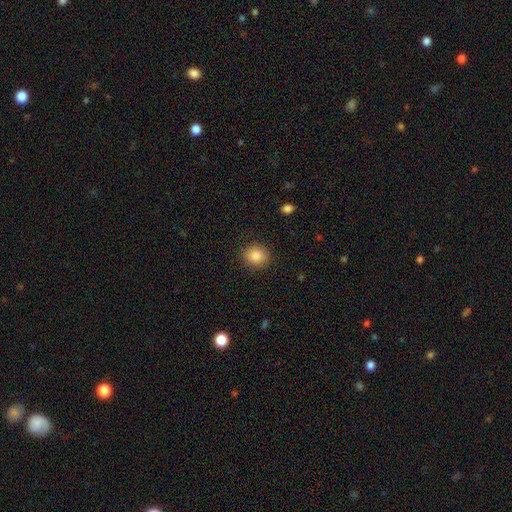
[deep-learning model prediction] smooth-or-featured: smooth: 86% | star or artifact: 9% | featured or disk: 5%
  how-rounded: round: 84% | in between: 15% | cigar-shaped: 1%
  merging: none: 90% | minor disturbance: 7% | major disturbance: 2% | merger: 1%